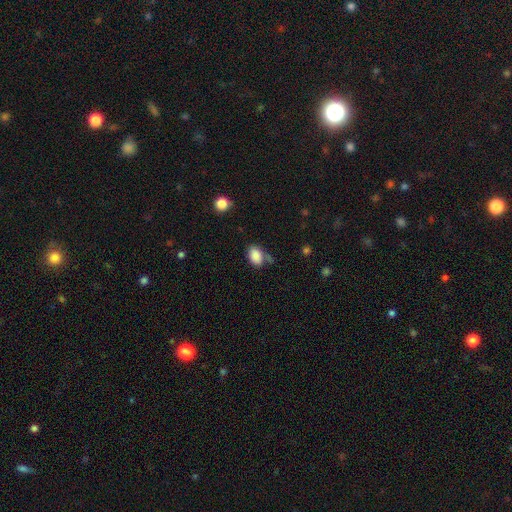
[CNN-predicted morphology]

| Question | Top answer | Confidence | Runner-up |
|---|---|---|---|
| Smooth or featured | smooth | 86% | star or artifact (8%) |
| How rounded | in between | 85% | round (13%) |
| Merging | none | 55% | minor disturbance (25%) |